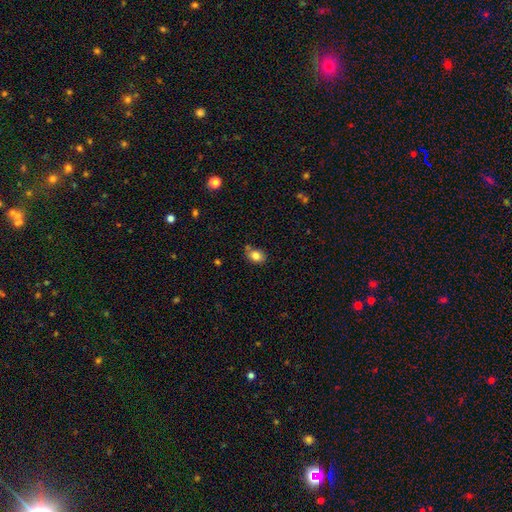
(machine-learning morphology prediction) A smooth galaxy with no disk features (82%) that is in between round and cigar-shaped (63%).

Vote fractions:
- Smooth or featured? smooth: 82% / star or artifact: 10% / featured or disk: 9%
- How rounded? in between: 63% / round: 36% / cigar-shaped: 1%
- Merging? none: 70% / minor disturbance: 17% / merger: 9% / major disturbance: 3%